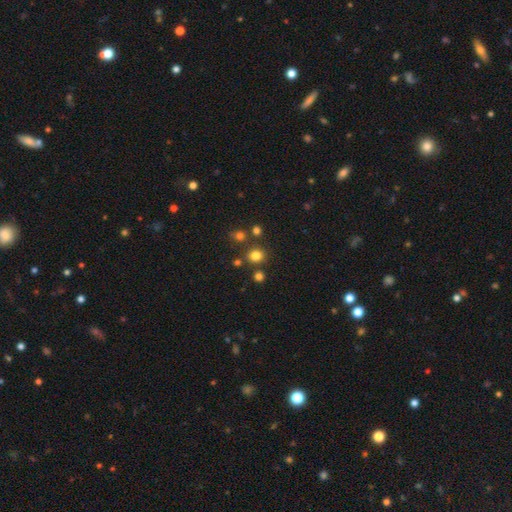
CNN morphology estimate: A smooth galaxy with no disk features (77%) that is round (83%).

Vote fractions:
- Smooth or featured? smooth: 77% / star or artifact: 17% / featured or disk: 5%
- How rounded? round: 83% / in between: 16% / cigar-shaped: 1%
- Merging? none: 80% / merger: 9% / minor disturbance: 8% / major disturbance: 3%